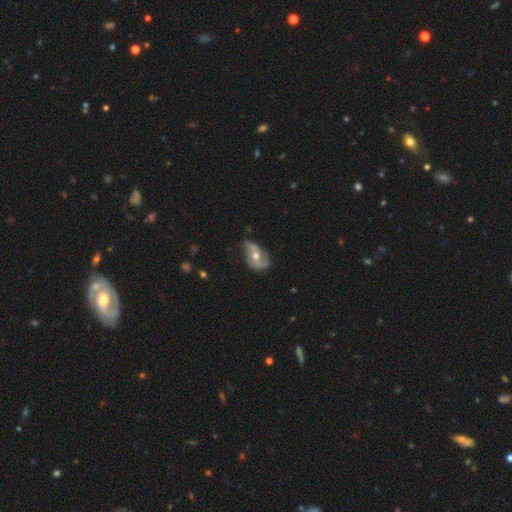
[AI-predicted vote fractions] Smooth or featured?
  - featured or disk: 69% *
  - smooth: 23%
  - star or artifact: 8%
Edge-on disk?
  - no: 93% *
  - yes: 7%
Bar?
  - no: 52% *
  - weak: 31%
  - strong: 18%
Spiral arms?
  - yes: 79% *
  - no: 21%
Spiral winding?
  - loose: 57% *
  - medium: 30%
  - tight: 13%
Spiral arm count?
  - 2: 78% *
  - can't tell: 11%
  - 1: 6%
  - 3: 3%
  - 4: 1%
  - more than 4: 1%
Bulge size?
  - moderate: 70% *
  - small: 25%
  - large: 3%
  - none: 1%
  - dominant: 1%
Merging?
  - none: 47% *
  - minor disturbance: 34%
  - major disturbance: 16%
  - merger: 2%